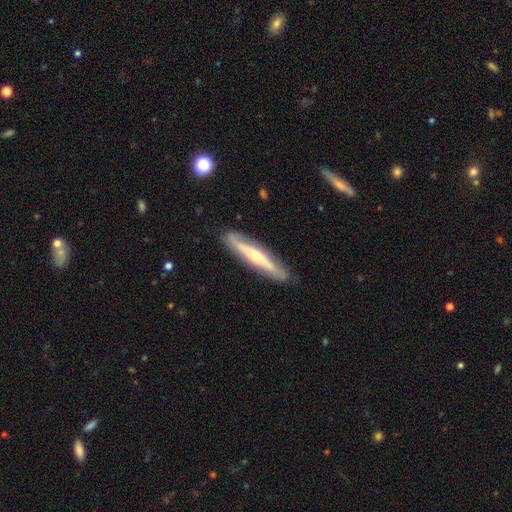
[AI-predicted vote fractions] A featured or disk galaxy (65%) viewed edge-on (68%). Merging: none (82%).